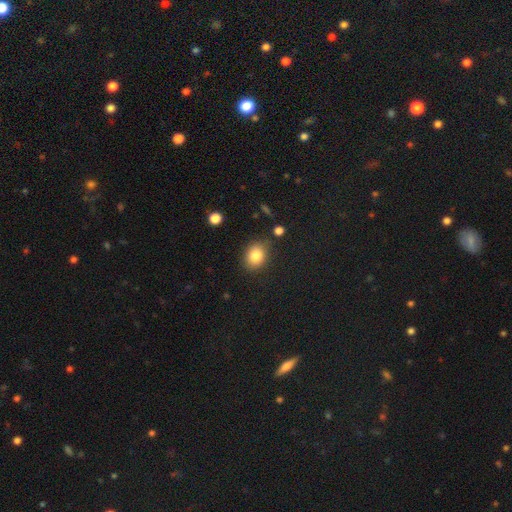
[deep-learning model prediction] Smooth or featured: smooth — 83% (star or artifact — 10%)
How rounded: in between — 52% (round — 47%)
Merging: none — 82% (minor disturbance — 12%)